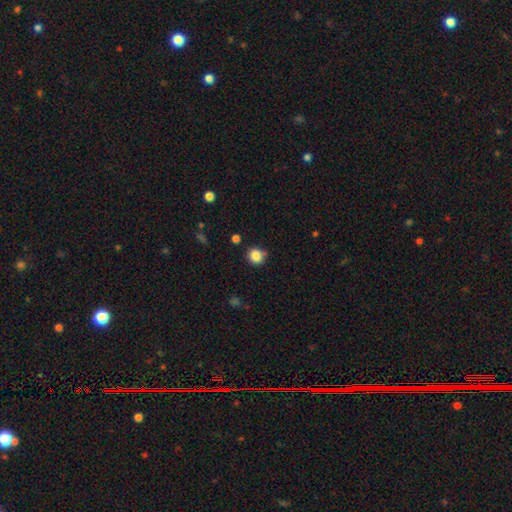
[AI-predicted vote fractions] Q: Smooth or featured?
A: smooth (85%); runner-up: star or artifact (11%)
Q: How rounded?
A: round (88%); runner-up: in between (11%)
Q: Merging?
A: none (79%); runner-up: minor disturbance (13%)